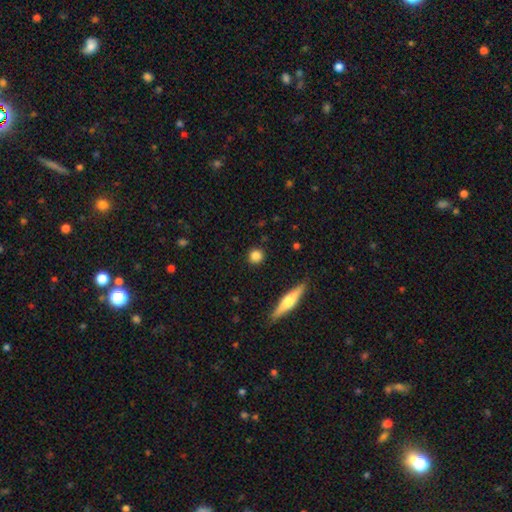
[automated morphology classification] This appears to be a smooth galaxy with no disk features (83%) that is round (91%). Merging: none (90%).